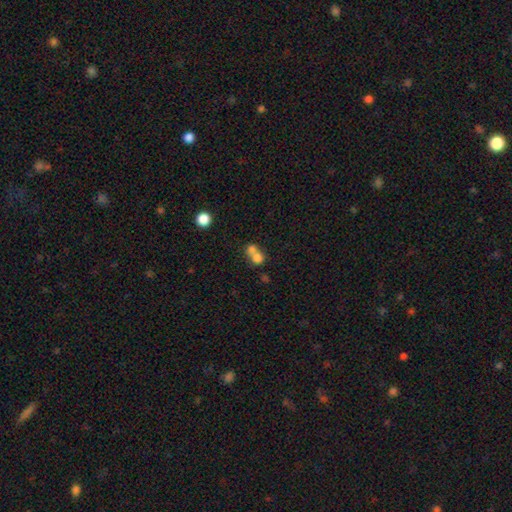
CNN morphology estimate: Smooth or featured? Predicted: smooth (p=0.73). How rounded? Predicted: round (p=0.72). Merging? Predicted: merger (p=0.67).